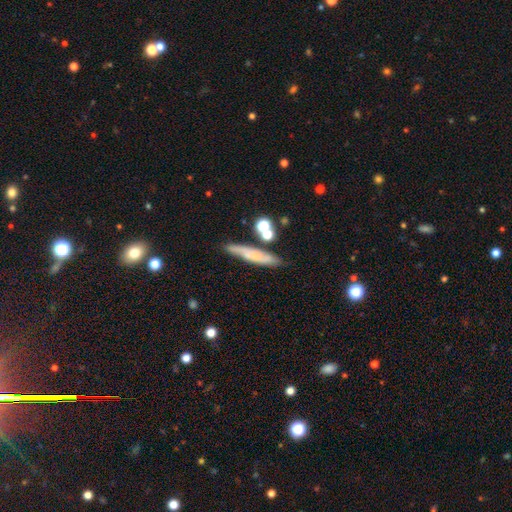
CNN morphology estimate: The model was most divided on "smooth or featured": smooth: 55%, featured or disk: 36%, star or artifact: 9%. More confident: how rounded — cigar-shaped (86%); merging — none (71%).